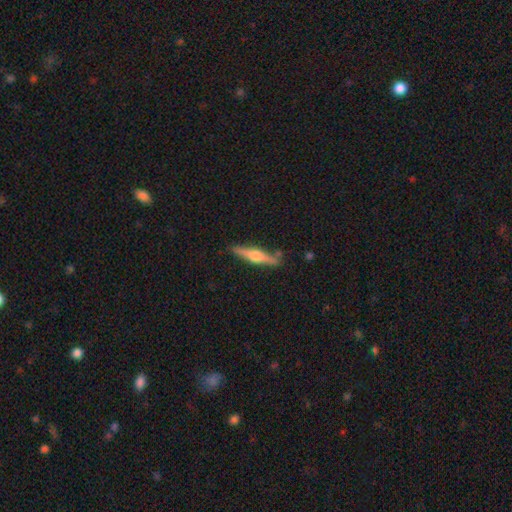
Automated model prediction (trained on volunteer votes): Smooth or featured?
  - featured or disk: 65% *
  - smooth: 30%
  - star or artifact: 5%
Edge-on disk?
  - yes: 97% *
  - no: 3%
Edge-on bulge?
  - rounded: 92% *
  - boxy: 5%
  - none: 3%
Merging?
  - none: 85% *
  - minor disturbance: 10%
  - merger: 3%
  - major disturbance: 2%